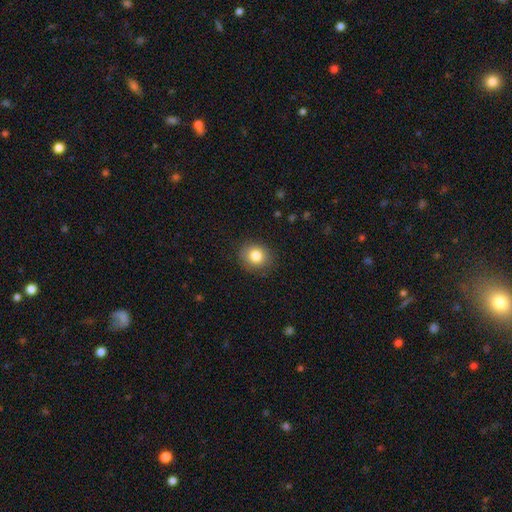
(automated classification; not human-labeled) smooth 82%, star or artifact 10%, featured or disk 8%. Down the decision tree: how rounded — round (74%); merging — none (86%).